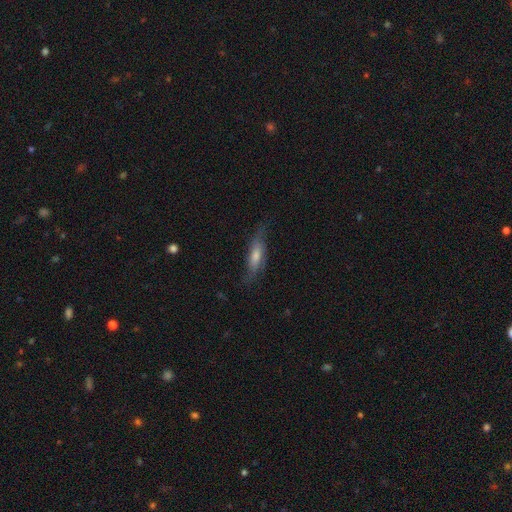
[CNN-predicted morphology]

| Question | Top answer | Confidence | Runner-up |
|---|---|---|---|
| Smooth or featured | featured or disk | 56% | smooth (36%) |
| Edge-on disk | no | 50% | tied: yes (50%) |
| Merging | none | 66% | minor disturbance (23%) |